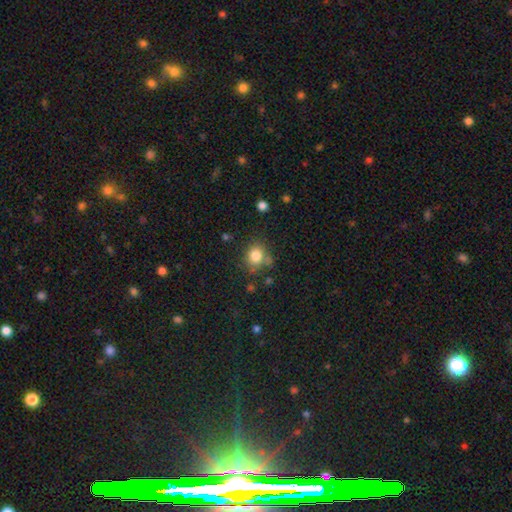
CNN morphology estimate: type=smooth (82%); roundness=round (71%); merging=none (68%).